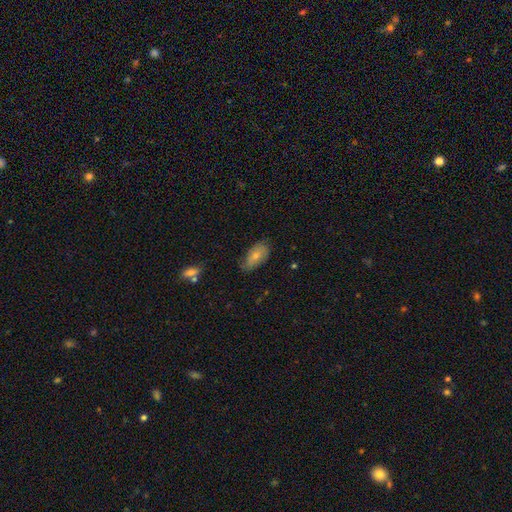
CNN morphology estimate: Overall: smooth (73%). How rounded: in between (92%). Merging: none (64%; minor disturbance 29%).